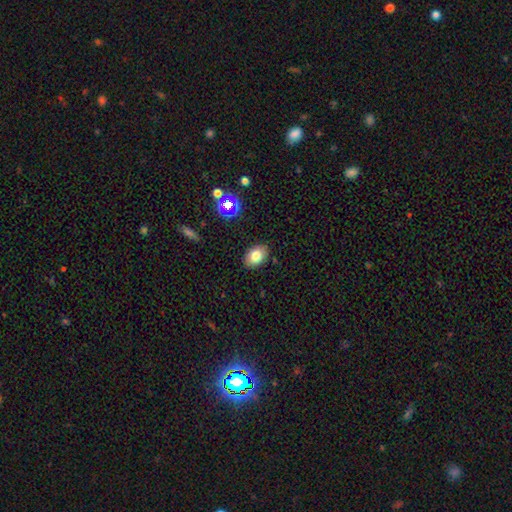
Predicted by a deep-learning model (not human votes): Smooth or featured?
  - smooth: 78% *
  - featured or disk: 12%
  - star or artifact: 11%
How rounded?
  - in between: 81% *
  - round: 18%
  - cigar-shaped: 1%
Merging?
  - none: 86% *
  - minor disturbance: 10%
  - major disturbance: 2%
  - merger: 1%